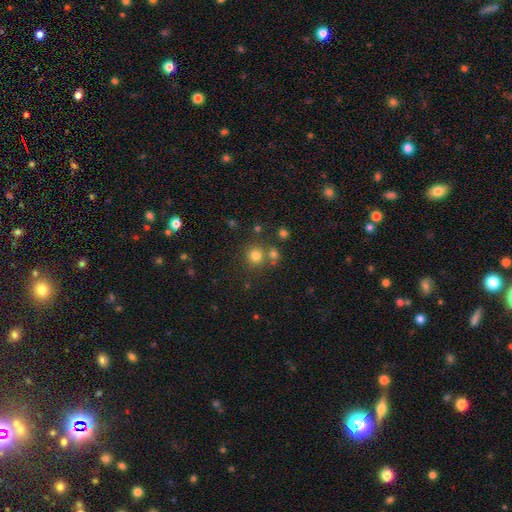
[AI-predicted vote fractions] Morphology: type=smooth (57%); roundness=round (91%); merging=none (69%).